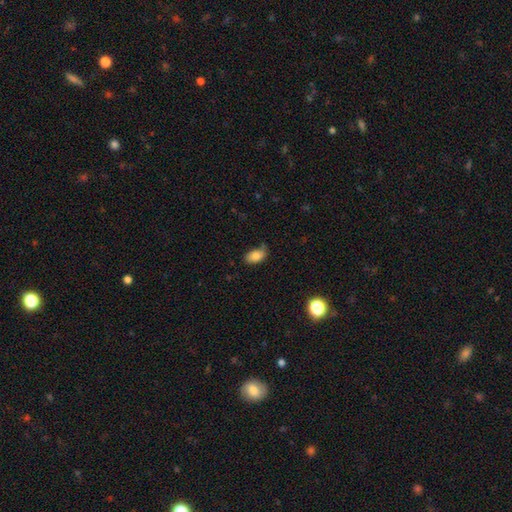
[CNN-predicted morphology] Smooth or featured: smooth — 81% (featured or disk — 11%)
How rounded: in between — 92% (round — 6%)
Merging: none — 64% (minor disturbance — 27%)